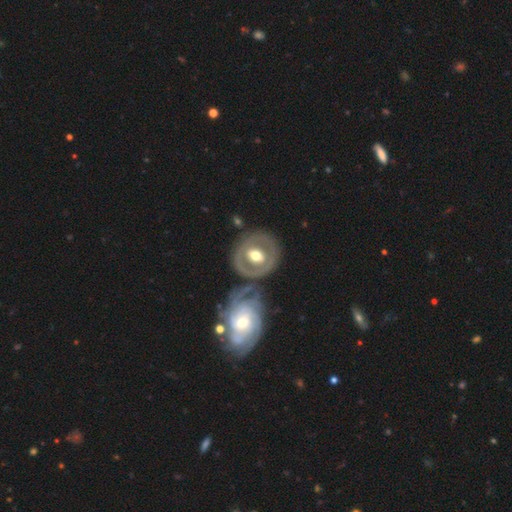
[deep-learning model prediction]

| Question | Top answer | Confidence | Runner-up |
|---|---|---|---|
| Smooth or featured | featured or disk | 65% | smooth (31%) |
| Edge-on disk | no | 95% | yes (5%) |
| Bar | no | 46% | weak (30%) |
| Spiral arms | no | 66% | yes (34%) |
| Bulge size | moderate | 71% | large (19%) |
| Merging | none | 64% | merger (16%) |